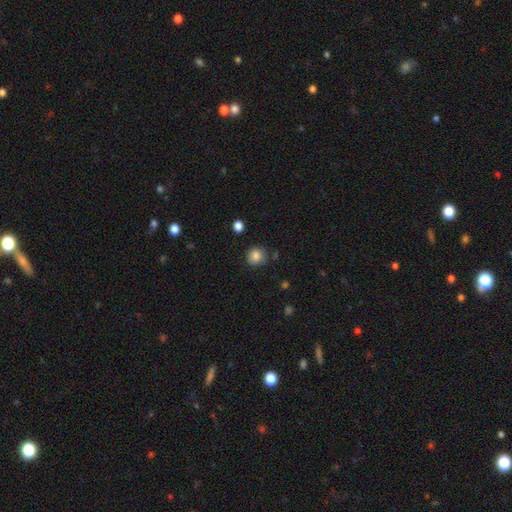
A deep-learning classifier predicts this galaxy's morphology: Q: Smooth or featured?
A: smooth (84%); runner-up: star or artifact (10%)
Q: How rounded?
A: round (85%); runner-up: in between (14%)
Q: Merging?
A: none (82%); runner-up: minor disturbance (12%)